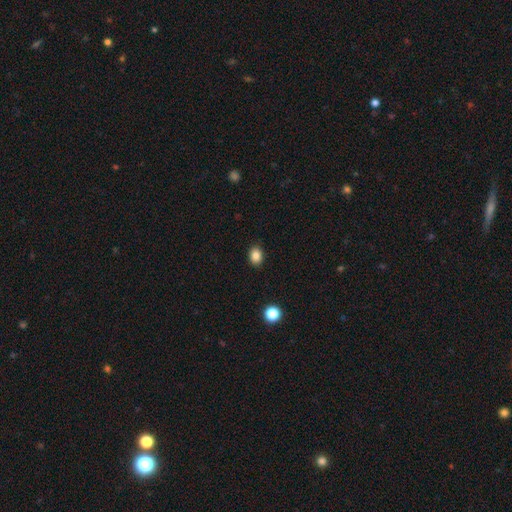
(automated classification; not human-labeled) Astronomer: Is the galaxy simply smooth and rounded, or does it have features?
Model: smooth — 86%.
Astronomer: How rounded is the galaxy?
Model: in between — 63%.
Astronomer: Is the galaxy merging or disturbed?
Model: none — 90%.